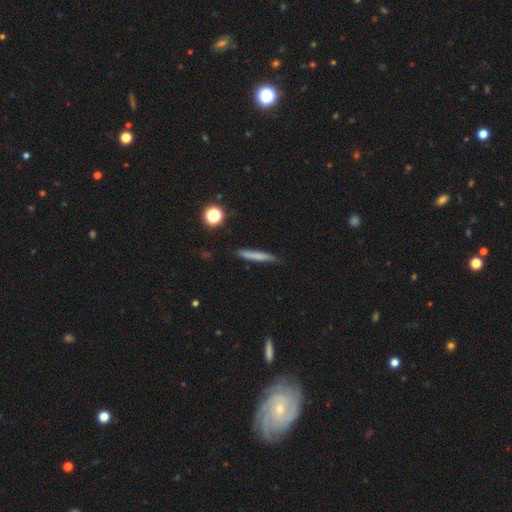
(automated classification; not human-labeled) This appears to be a smooth galaxy with no disk features (69%) that is cigar-shaped (94%). Merging: none (87%).